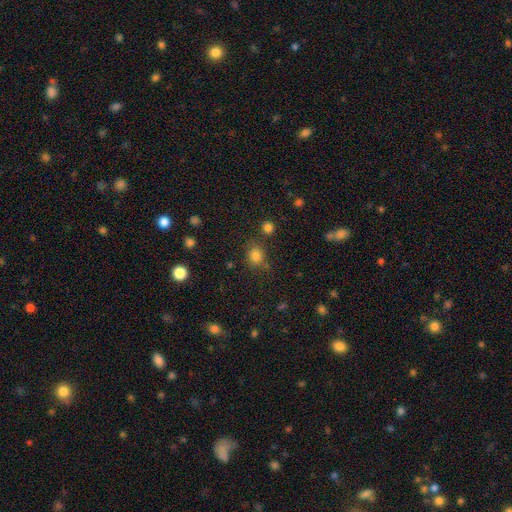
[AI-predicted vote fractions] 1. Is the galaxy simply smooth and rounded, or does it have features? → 81% smooth, 14% star or artifact, 5% featured or disk.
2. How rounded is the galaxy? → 72% round, 27% in between, 1% cigar-shaped.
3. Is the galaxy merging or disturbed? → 72% none, 15% minor disturbance, 8% merger, 5% major disturbance.